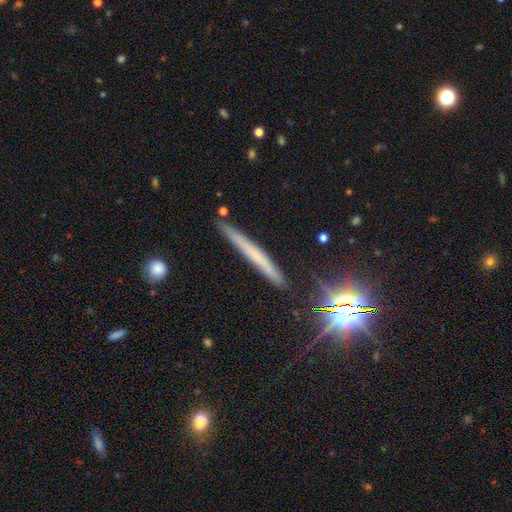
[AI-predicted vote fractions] Q: Smooth or featured?
A: smooth (46%); runner-up: featured or disk (38%)
Q: Merging?
A: none (85%); runner-up: minor disturbance (11%)